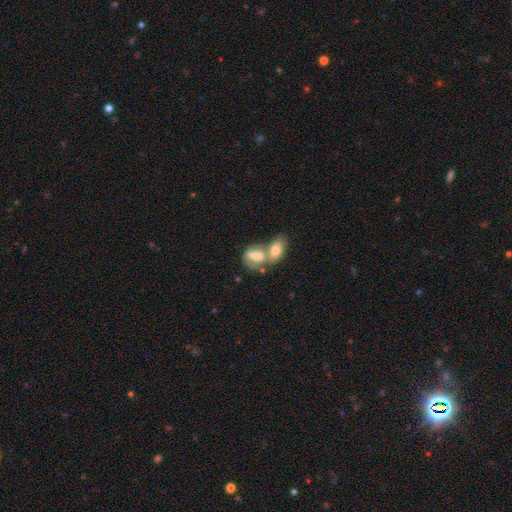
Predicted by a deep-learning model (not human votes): This appears to be a smooth galaxy with no disk features (63%) that is in between round and cigar-shaped (82%). Merging: merger (68%).